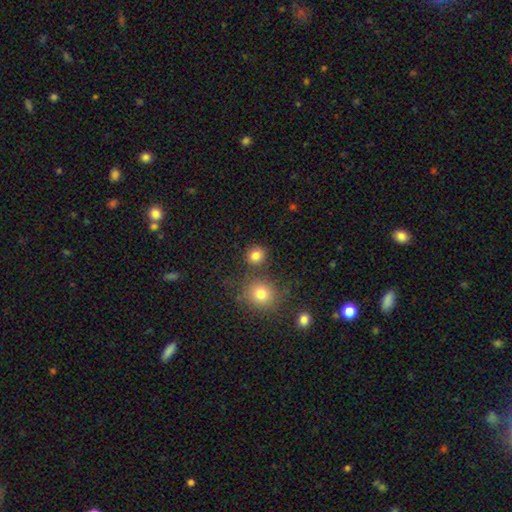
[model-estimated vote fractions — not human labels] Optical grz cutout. It shows a smooth galaxy with no disk features (81%) that is round (87%). Merging: none (78%).